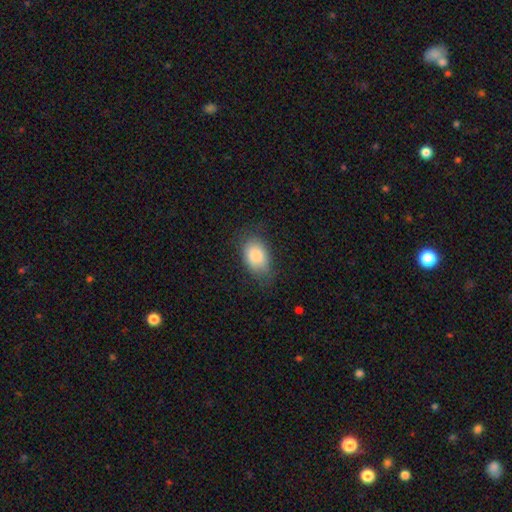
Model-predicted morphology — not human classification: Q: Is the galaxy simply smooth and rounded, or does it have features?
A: smooth — 87%.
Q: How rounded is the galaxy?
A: in between — 85%.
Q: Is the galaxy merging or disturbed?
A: none — 71%.